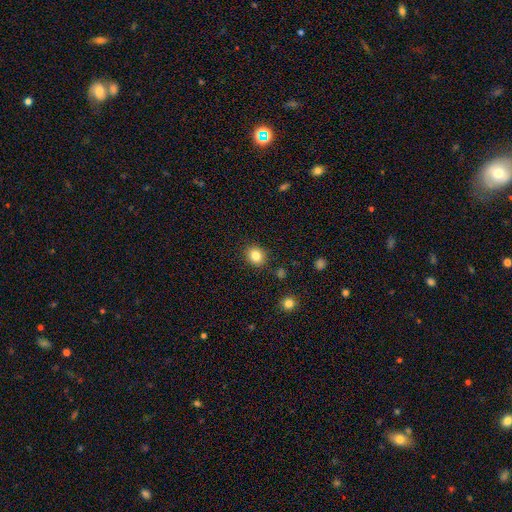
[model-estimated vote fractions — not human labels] Morphology: type=smooth (83%); roundness=round (71%); merging=none (88%).